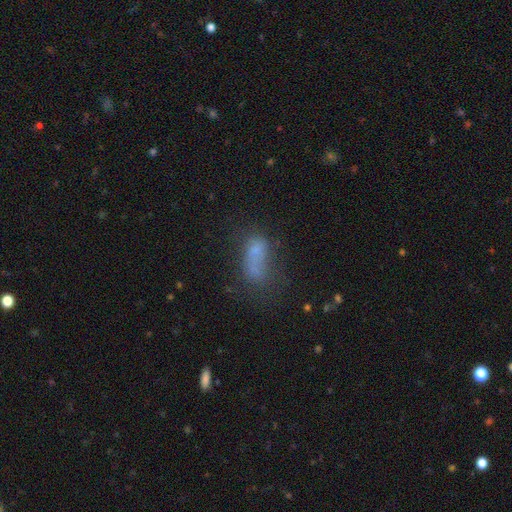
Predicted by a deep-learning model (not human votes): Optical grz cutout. It shows a smooth galaxy with no disk features (58%) that is in between round and cigar-shaped (81%). Merging: none (30%).